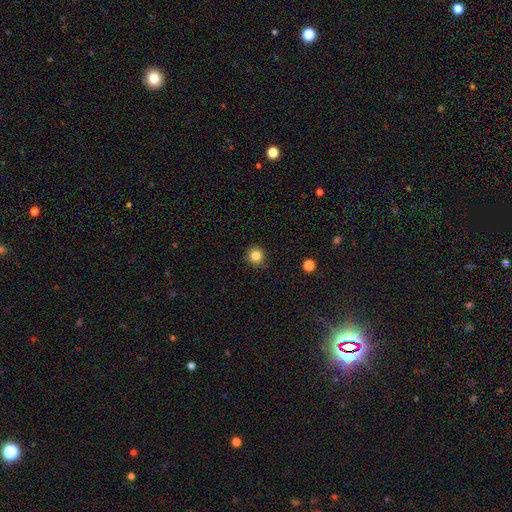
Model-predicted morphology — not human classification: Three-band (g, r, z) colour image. It shows a smooth galaxy with no disk features (83%) that is round (91%). Merging: none (88%).